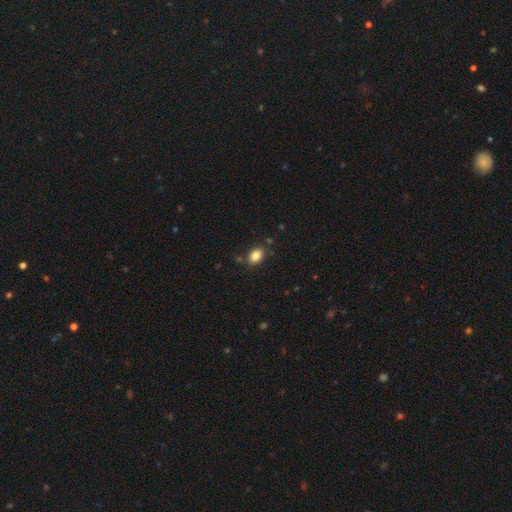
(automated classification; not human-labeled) The model was most divided on "how rounded": in between: 76%, round: 23%, cigar-shaped: 1%. More confident: smooth or featured — smooth (85%); merging — none (82%).